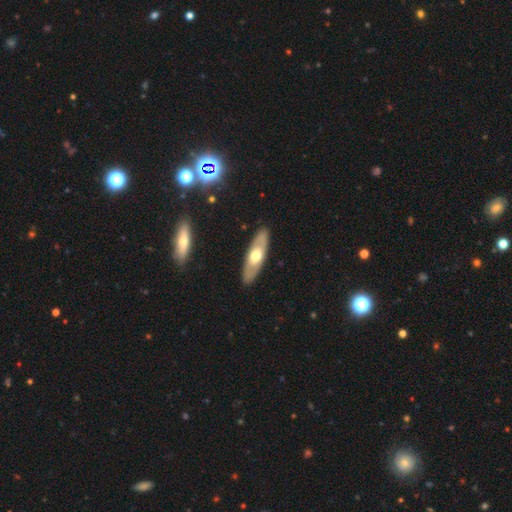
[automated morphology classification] Overall: featured or disk (52%; smooth 44%). Edge-on disk: no (61%; yes 39%). Merging: none (89%).